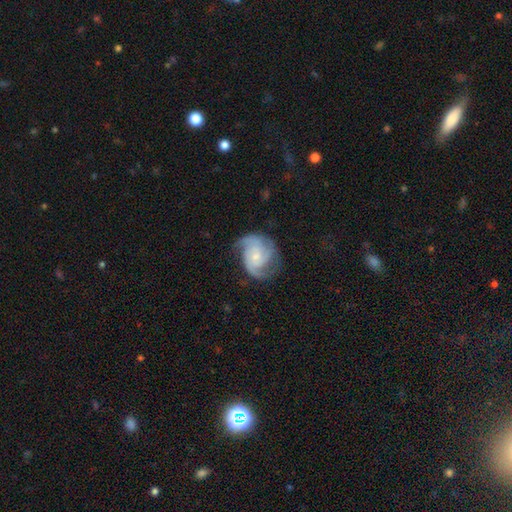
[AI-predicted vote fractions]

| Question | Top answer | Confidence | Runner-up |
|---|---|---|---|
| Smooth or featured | featured or disk | 83% | smooth (12%) |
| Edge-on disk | no | 98% | yes (2%) |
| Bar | no | 70% | weak (26%) |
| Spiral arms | yes | 97% | no (3%) |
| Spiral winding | medium | 48% | tight (36%) |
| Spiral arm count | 3 | 40% | 2 (34%) |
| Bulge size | small | 59% | moderate (29%) |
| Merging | none | 65% | minor disturbance (22%) |